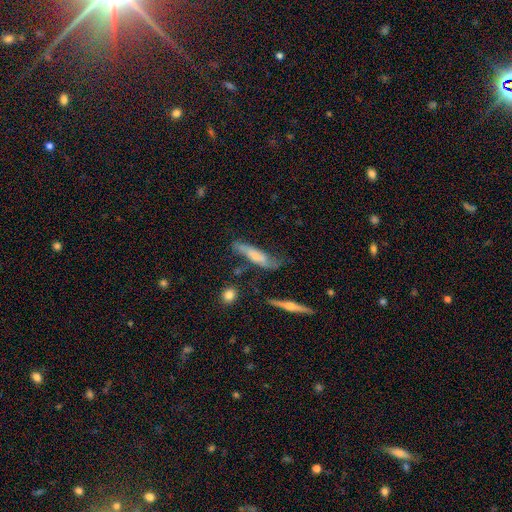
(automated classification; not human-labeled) A featured or disk galaxy (49%).

Vote fractions:
- Smooth or featured? featured or disk: 49% / smooth: 43% / star or artifact: 8%
- Merging? none: 51% / minor disturbance: 30% / major disturbance: 13% / merger: 6%